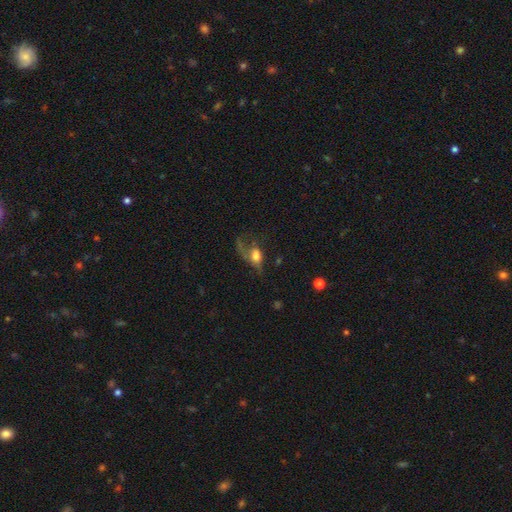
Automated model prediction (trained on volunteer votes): smooth_or_featured: smooth (p=0.47) [alt: featured or disk p=0.41]
merging: major disturbance (p=0.54) [alt: none p=0.24]